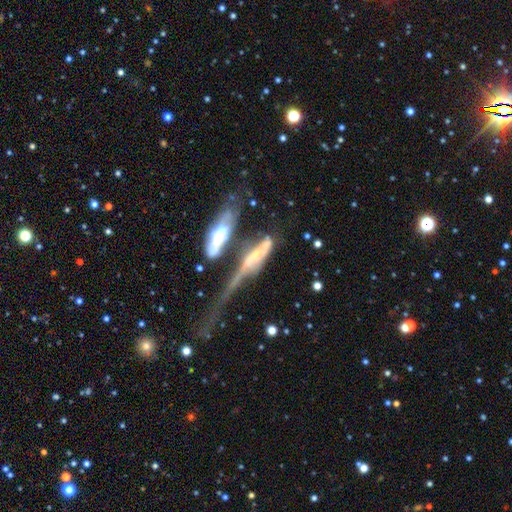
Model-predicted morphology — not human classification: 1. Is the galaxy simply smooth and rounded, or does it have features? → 61% featured or disk, 30% smooth, 9% star or artifact.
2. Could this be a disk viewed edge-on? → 56% no, 44% yes.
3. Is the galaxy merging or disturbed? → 53% merger, 27% major disturbance, 10% none, 9% minor disturbance.